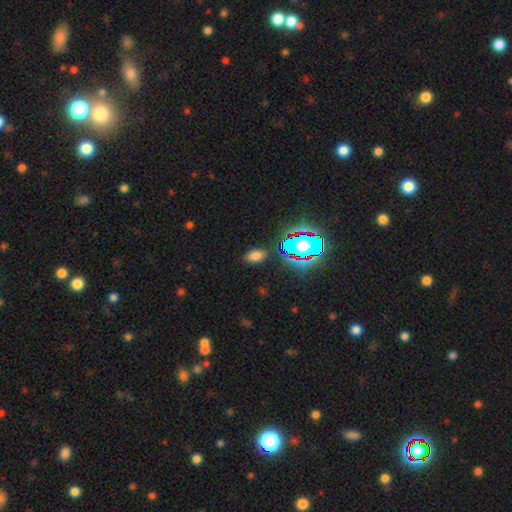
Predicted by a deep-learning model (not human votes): smooth_or_featured: smooth (p=0.67) [alt: star or artifact p=0.24]
how_rounded: in between (p=0.88) [alt: round p=0.09]
merging: none (p=0.82) [alt: minor disturbance p=0.12]